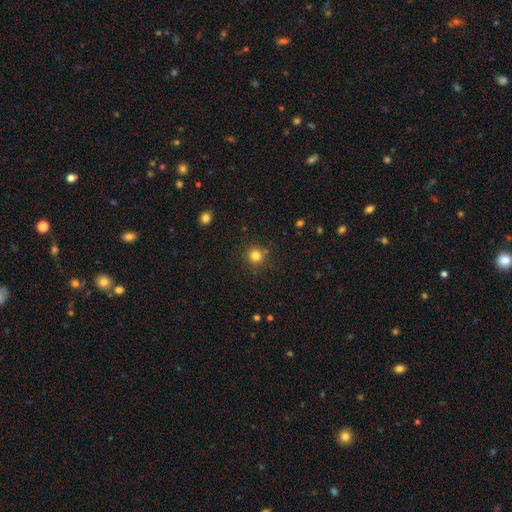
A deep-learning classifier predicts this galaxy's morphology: smooth-or-featured: smooth: 81% | star or artifact: 14% | featured or disk: 5%
  how-rounded: round: 94% | in between: 5% | cigar-shaped: 1%
  merging: none: 87% | minor disturbance: 8% | merger: 3% | major disturbance: 3%